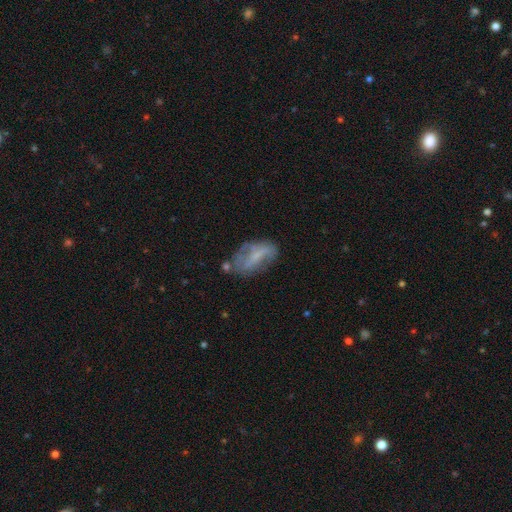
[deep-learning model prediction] The model was most divided on "smooth or featured": featured or disk: 51%, smooth: 40%, star or artifact: 9%. More confident: edge-on disk — no (91%); merging — none (50%).